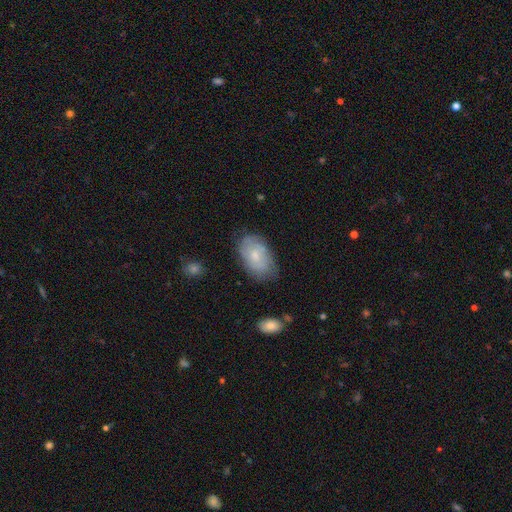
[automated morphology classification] Overall: smooth (59%; featured or disk 34%). How rounded: in between (91%). Merging: none (67%).